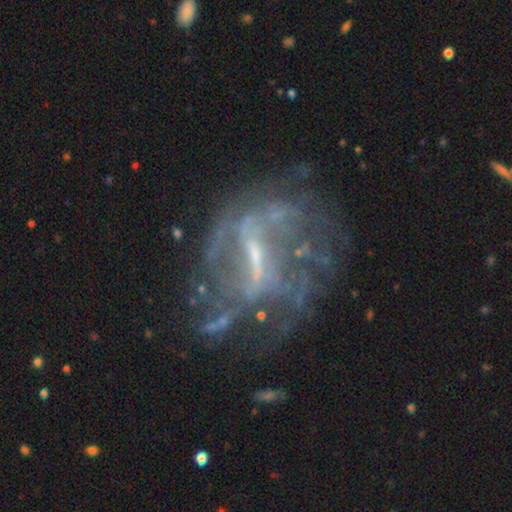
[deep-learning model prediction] featured or disk 80%, star or artifact 12%, smooth 8%. Down the decision tree: edge-on disk — no (95%); bar — strong (44%); spiral arms — yes (66%); spiral arm count — can't tell (49%); spiral winding — loose (39%); bulge size — small (55%); merging — none (50%).